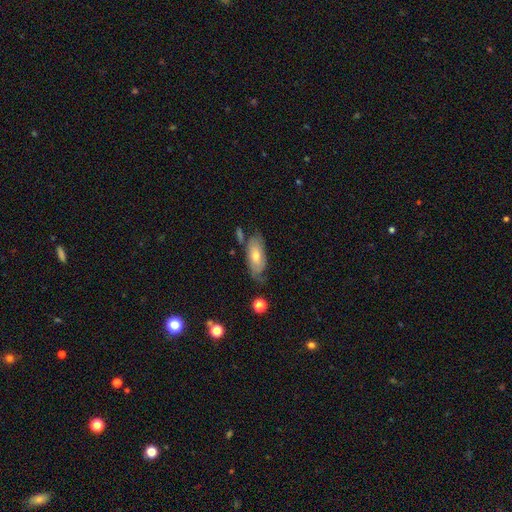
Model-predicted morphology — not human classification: smooth_or_featured: smooth (p=0.49) [alt: featured or disk p=0.44]
merging: none (p=0.57) [alt: minor disturbance p=0.27]